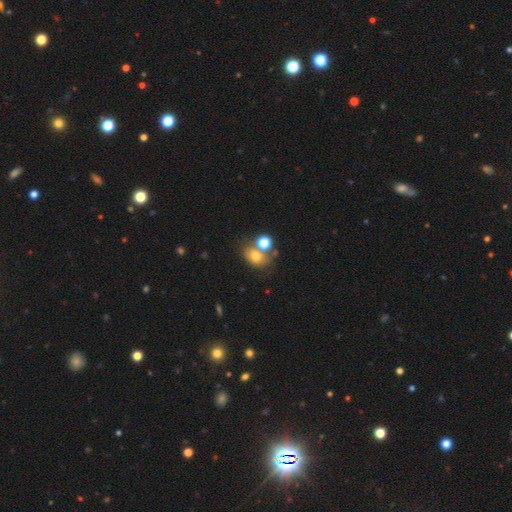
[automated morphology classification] This is likely a smooth galaxy (73%). How rounded: possibly in between (59%). Merging: possibly none (50%).